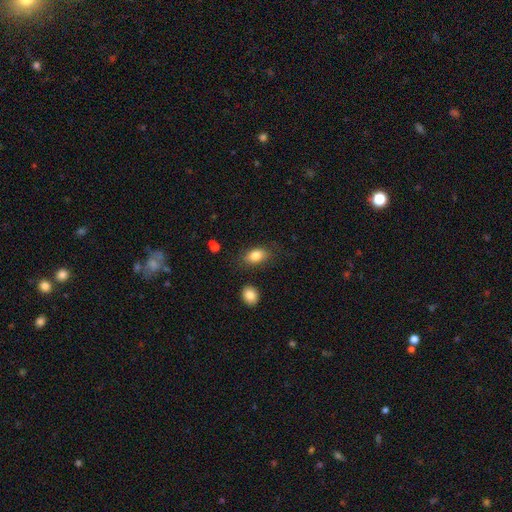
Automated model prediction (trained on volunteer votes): A smooth galaxy with no disk features (82%) that is in between round and cigar-shaped (87%).

Vote fractions:
- Smooth or featured? smooth: 82% / featured or disk: 10% / star or artifact: 8%
- How rounded? in between: 87% / round: 11% / cigar-shaped: 2%
- Merging? none: 78% / minor disturbance: 14% / major disturbance: 4% / merger: 3%